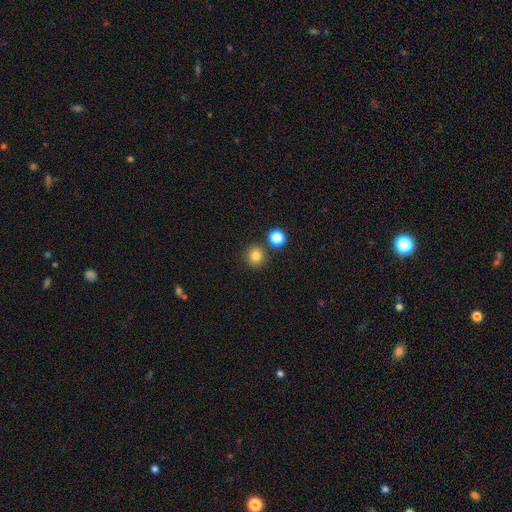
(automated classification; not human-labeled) This is clearly a smooth galaxy (82%). How rounded: clearly round (93%). Merging: clearly none (85%).